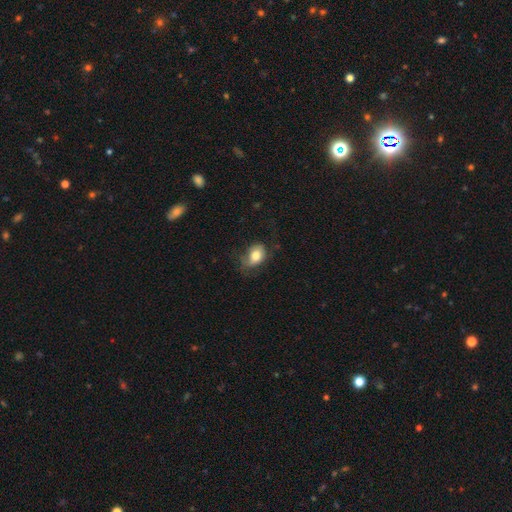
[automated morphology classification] Q: Smooth or featured?
A: smooth (78%); runner-up: featured or disk (14%)
Q: How rounded?
A: in between (75%); runner-up: round (24%)
Q: Merging?
A: none (51%); runner-up: minor disturbance (31%)